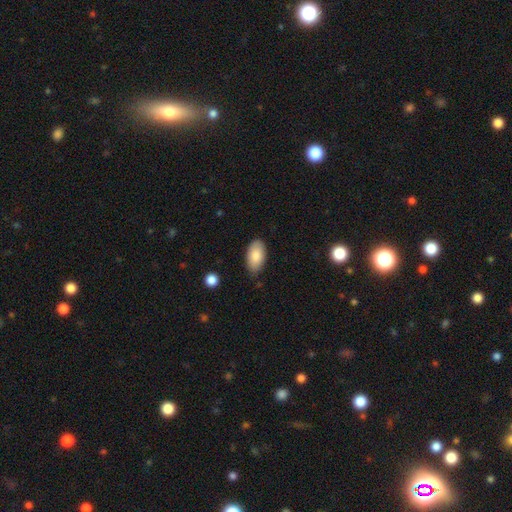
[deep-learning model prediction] Overall: smooth (85%). How rounded: in between (95%). Merging: none (80%).